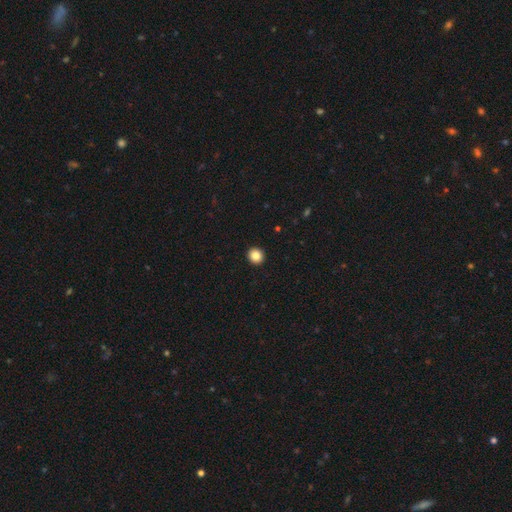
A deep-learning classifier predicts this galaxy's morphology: Smooth or featured: smooth — 86% (star or artifact — 10%)
How rounded: round — 91% (in between — 8%)
Merging: none — 94% (minor disturbance — 4%)